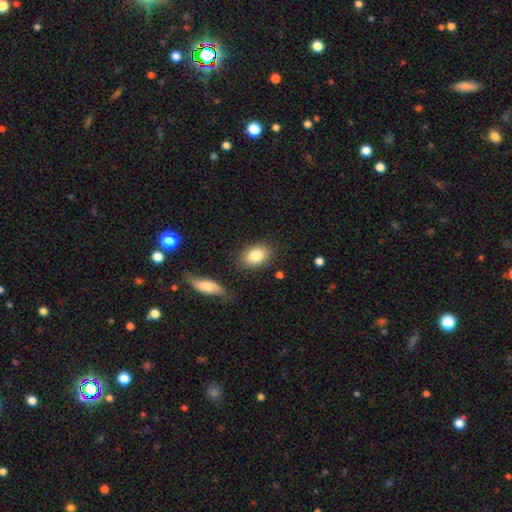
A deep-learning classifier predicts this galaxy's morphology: Q: Smooth or featured?
A: smooth (84%); runner-up: featured or disk (9%)
Q: How rounded?
A: in between (76%); runner-up: round (22%)
Q: Merging?
A: none (81%); runner-up: minor disturbance (12%)